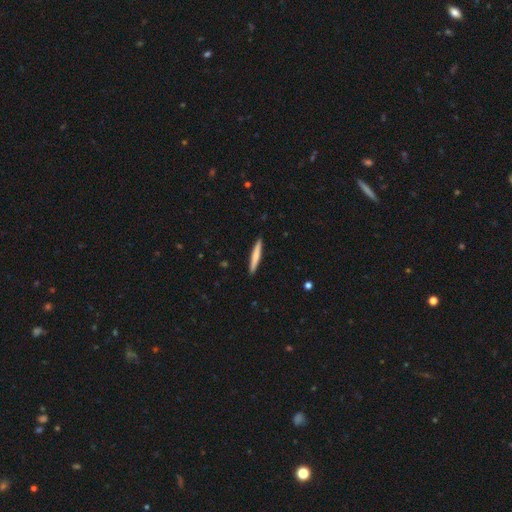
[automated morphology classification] smooth-or-featured: smooth: 67% | featured or disk: 28% | star or artifact: 5%
  how-rounded: cigar-shaped: 95% | in between: 3% | round: 1%
  merging: none: 92% | minor disturbance: 6% | major disturbance: 1% | merger: 1%